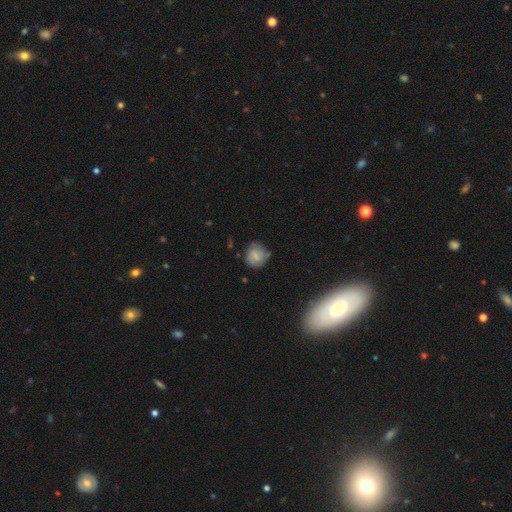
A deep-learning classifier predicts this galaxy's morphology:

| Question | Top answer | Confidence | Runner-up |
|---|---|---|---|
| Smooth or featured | smooth | 68% | featured or disk (23%) |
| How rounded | round | 85% | in between (14%) |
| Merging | none | 68% | minor disturbance (24%) |